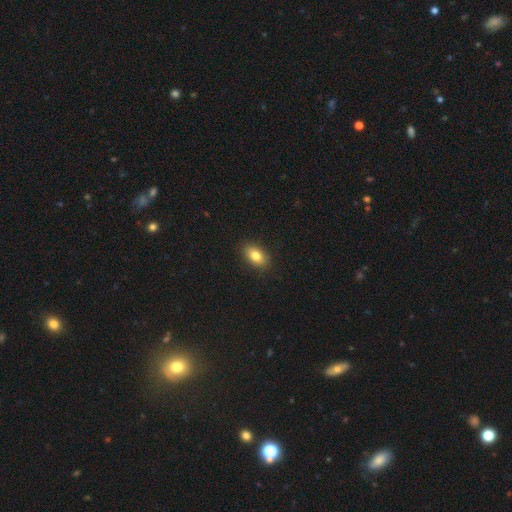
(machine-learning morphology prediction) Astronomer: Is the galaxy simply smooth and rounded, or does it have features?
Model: smooth — 82%.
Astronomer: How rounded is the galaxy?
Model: in between — 88%.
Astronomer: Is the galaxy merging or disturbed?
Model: none — 89%.